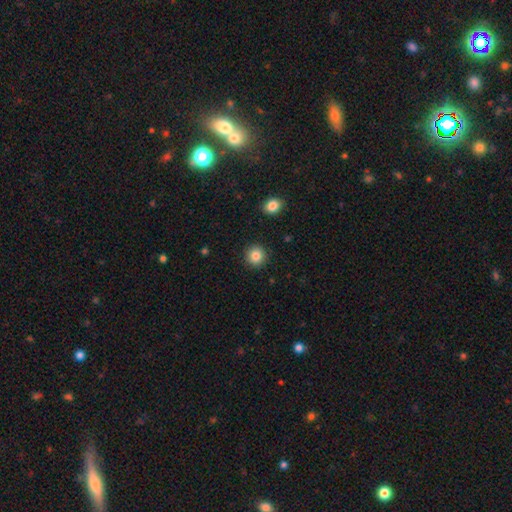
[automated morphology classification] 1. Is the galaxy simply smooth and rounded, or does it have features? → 84% smooth, 10% star or artifact, 6% featured or disk.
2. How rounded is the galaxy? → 93% round, 6% in between, 1% cigar-shaped.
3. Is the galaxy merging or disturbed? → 92% none, 5% minor disturbance, 2% major disturbance, 1% merger.